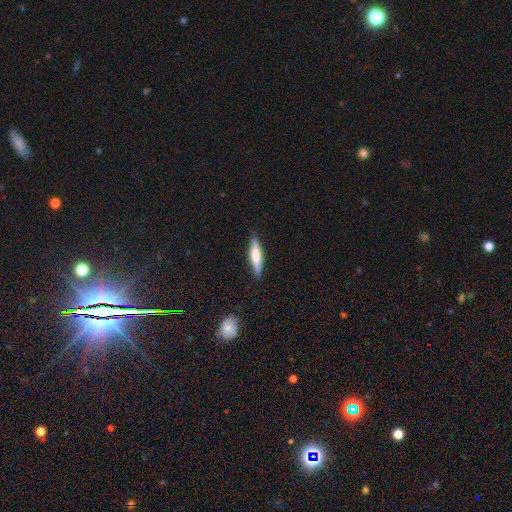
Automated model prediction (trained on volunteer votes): A smooth galaxy with no disk features (56%) that is cigar-shaped (81%). Merging: none (87%).